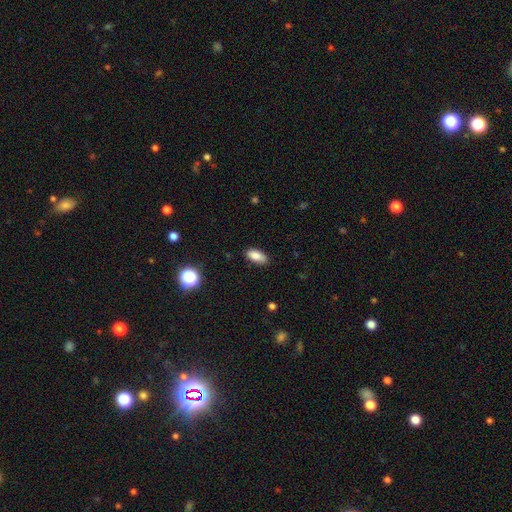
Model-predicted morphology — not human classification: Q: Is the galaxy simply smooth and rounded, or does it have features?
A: smooth — 85%.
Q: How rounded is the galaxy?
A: in between — 90%.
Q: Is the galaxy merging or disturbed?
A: none — 84%.